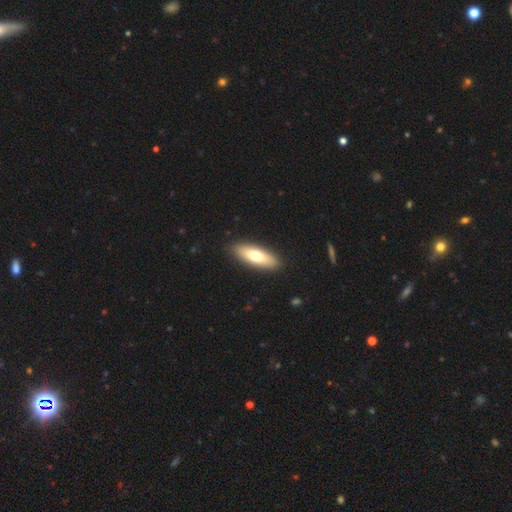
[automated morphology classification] Smooth or featured? Predicted: smooth (p=0.65). How rounded? Predicted: in between (p=0.60). Merging? Predicted: none (p=0.90).